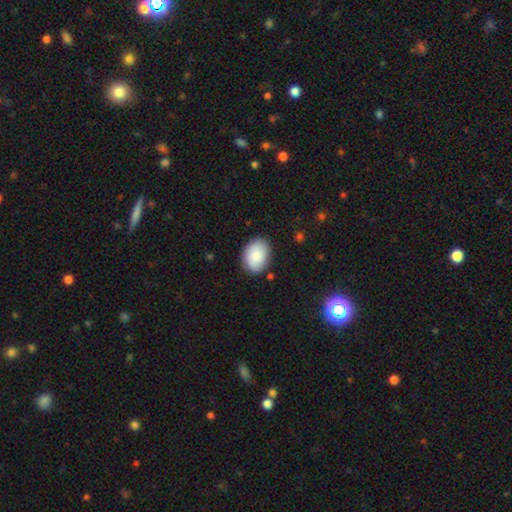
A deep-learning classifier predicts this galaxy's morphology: smooth_or_featured: smooth (p=0.84) [alt: featured or disk p=0.09]
how_rounded: in between (p=0.76) [alt: round p=0.23]
merging: none (p=0.83) [alt: minor disturbance p=0.13]